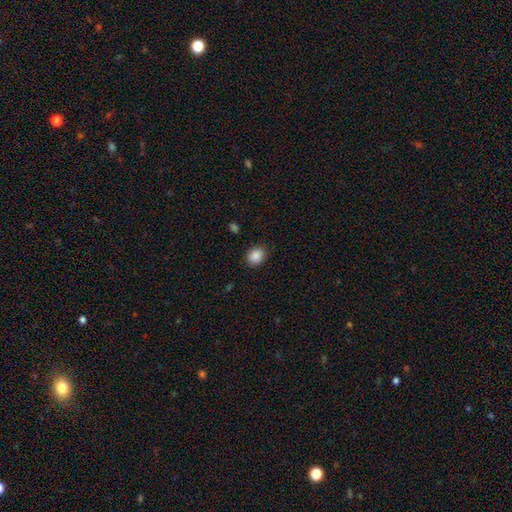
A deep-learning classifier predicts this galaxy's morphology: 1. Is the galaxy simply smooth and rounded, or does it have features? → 88% smooth, 8% star or artifact, 3% featured or disk.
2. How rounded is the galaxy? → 57% round, 42% in between, 1% cigar-shaped.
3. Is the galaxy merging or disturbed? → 87% none, 9% minor disturbance, 2% major disturbance, 1% merger.